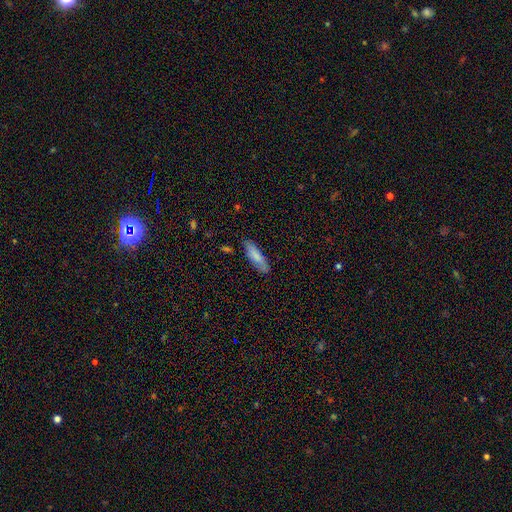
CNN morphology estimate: Smooth or featured? smooth (80%)
How rounded? cigar-shaped (52%)
Merging? none (81%)